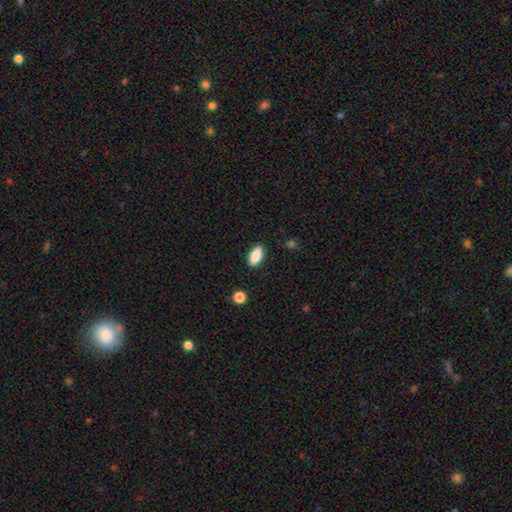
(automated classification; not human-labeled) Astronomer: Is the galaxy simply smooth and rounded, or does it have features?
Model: smooth — 88%.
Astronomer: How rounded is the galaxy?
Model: in between — 88%.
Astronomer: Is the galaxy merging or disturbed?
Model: none — 88%.